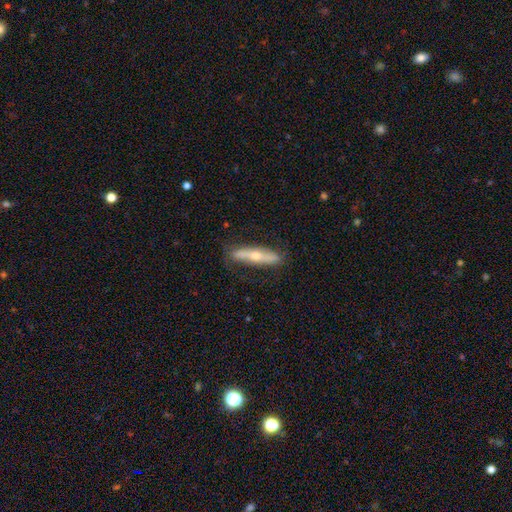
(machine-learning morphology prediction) Q: Smooth or featured?
A: featured or disk (59%); runner-up: smooth (35%)
Q: Edge-on disk?
A: yes (78%); runner-up: no (22%)
Q: Merging?
A: none (82%); runner-up: minor disturbance (14%)